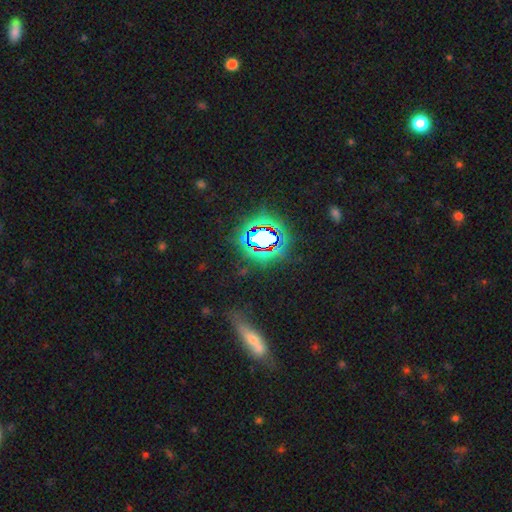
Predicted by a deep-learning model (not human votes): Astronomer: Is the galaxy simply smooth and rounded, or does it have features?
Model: star or artifact — 71%.